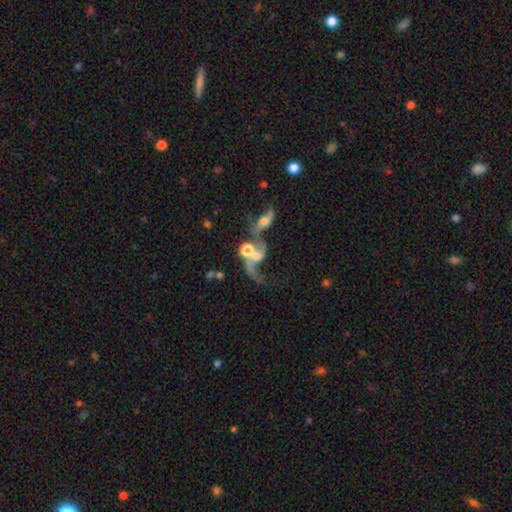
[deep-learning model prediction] smooth_or_featured: featured or disk (p=0.60) [alt: smooth p=0.27]
disk_edge_on: no (p=0.94) [alt: yes p=0.06]
bar: no (p=0.71) [alt: weak p=0.22]
has_spiral_arms: yes (p=0.66) [alt: no p=0.34]
bulge_size: moderate (p=0.42) [alt: small p=0.21]
merging: merger (p=0.58) [alt: major disturbance p=0.19]